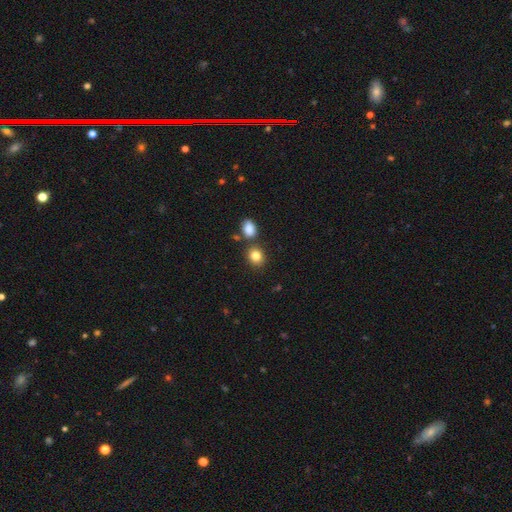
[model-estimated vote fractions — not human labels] Smooth or featured: smooth — 83% (star or artifact — 11%)
How rounded: round — 65% (in between — 34%)
Merging: none — 72% (merger — 16%)